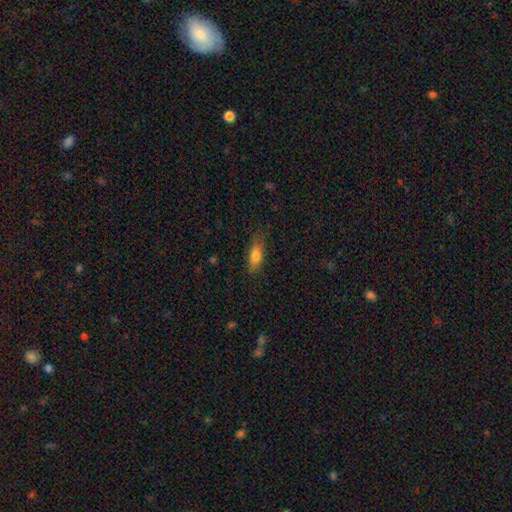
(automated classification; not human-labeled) Morphology: type=smooth (75%); roundness=in between (70%); merging=none (76%).